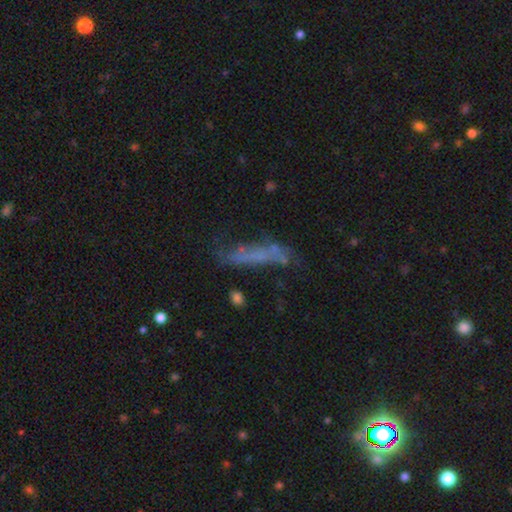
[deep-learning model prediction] smooth 46%, featured or disk 40%, star or artifact 14%. Down the decision tree: merging — none (44%).